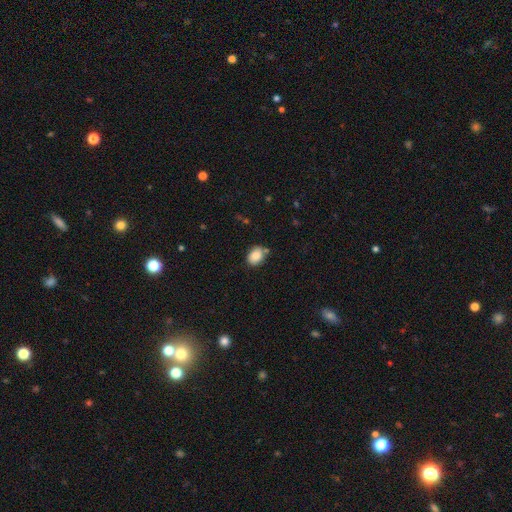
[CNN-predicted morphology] smooth_or_featured: smooth (p=0.86) [alt: star or artifact p=0.08]
how_rounded: in between (p=0.70) [alt: round p=0.29]
merging: none (p=0.69) [alt: minor disturbance p=0.18]